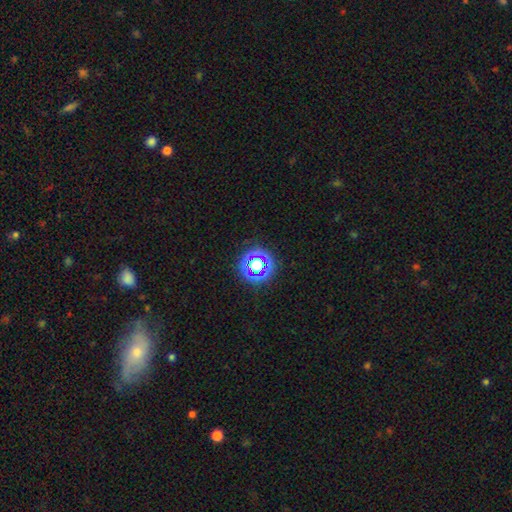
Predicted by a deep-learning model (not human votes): A star or artifact, not a galaxy (67%).